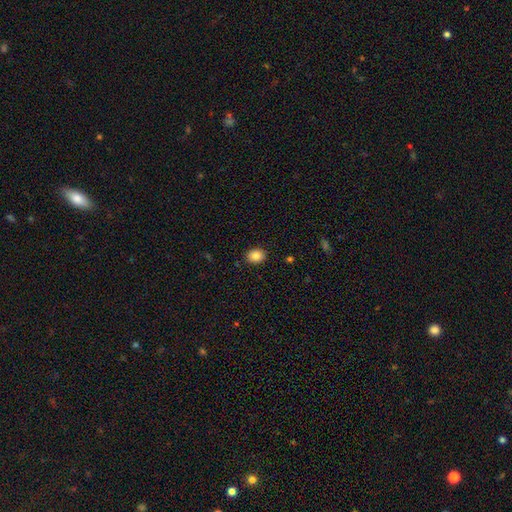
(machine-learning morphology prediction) Smooth or featured? Predicted: smooth (p=0.86). How rounded? Predicted: in between (p=0.58). Merging? Predicted: none (p=0.89).